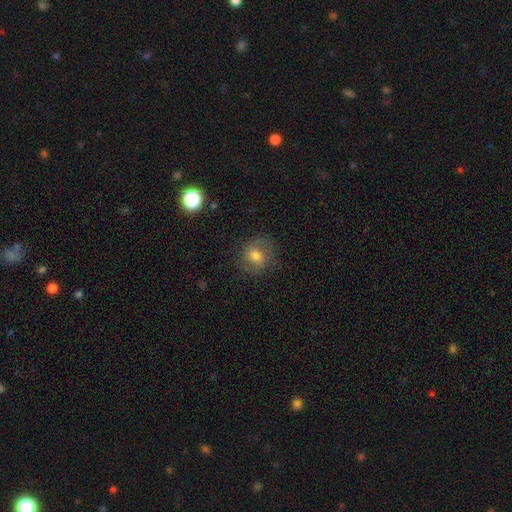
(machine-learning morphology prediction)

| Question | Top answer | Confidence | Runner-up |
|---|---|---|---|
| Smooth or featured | smooth | 59% | featured or disk (28%) |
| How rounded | round | 72% | in between (27%) |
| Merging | none | 77% | minor disturbance (15%) |